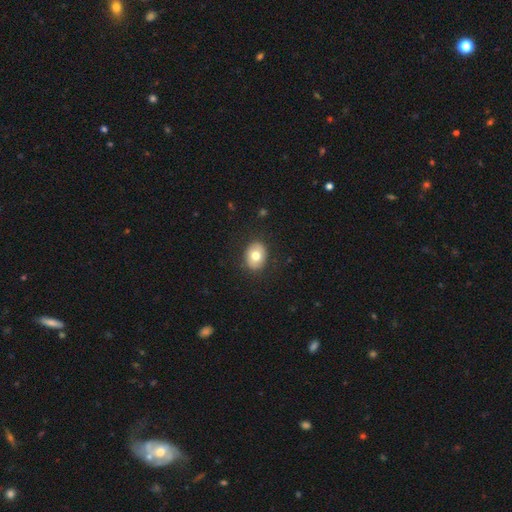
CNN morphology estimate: Smooth or featured?
  - smooth: 73% *
  - featured or disk: 20%
  - star or artifact: 8%
How rounded?
  - in between: 63% *
  - round: 36%
  - cigar-shaped: 1%
Merging?
  - none: 86% *
  - minor disturbance: 10%
  - major disturbance: 3%
  - merger: 1%